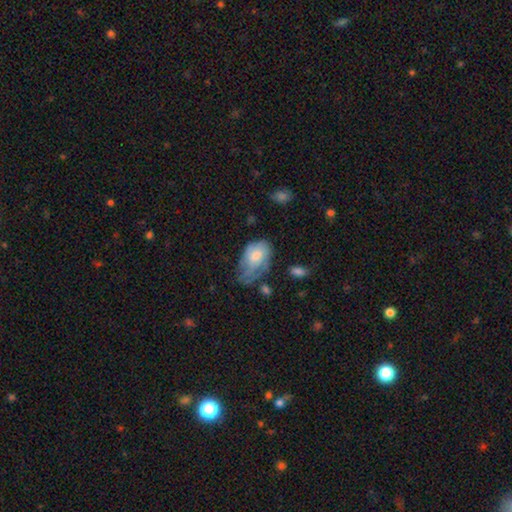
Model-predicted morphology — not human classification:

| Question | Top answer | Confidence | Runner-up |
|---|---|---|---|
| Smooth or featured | smooth | 57% | featured or disk (37%) |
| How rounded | in between | 88% | round (10%) |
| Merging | minor disturbance | 36% | major disturbance (31%) |